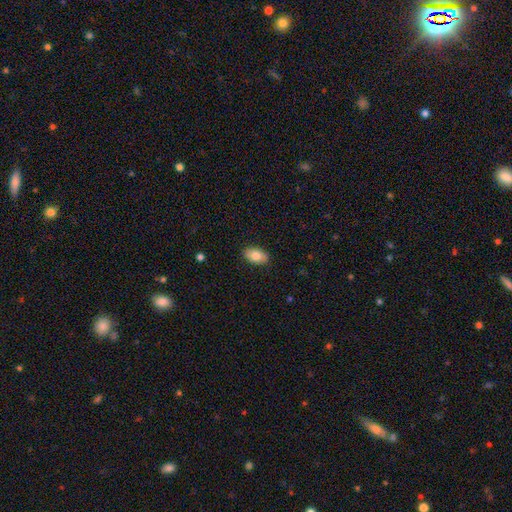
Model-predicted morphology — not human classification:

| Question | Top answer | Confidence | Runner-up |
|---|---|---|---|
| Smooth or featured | smooth | 81% | featured or disk (12%) |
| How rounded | in between | 93% | round (5%) |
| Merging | none | 88% | minor disturbance (9%) |